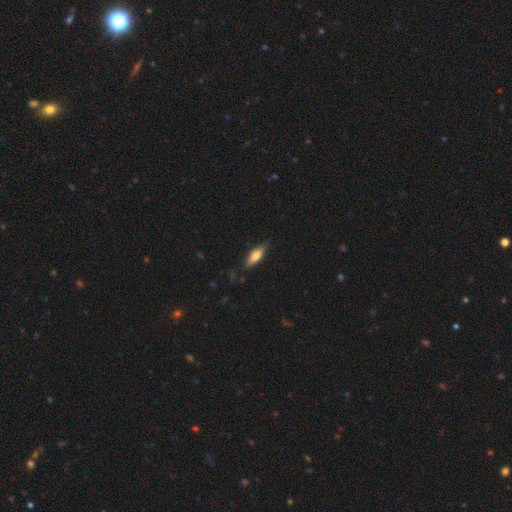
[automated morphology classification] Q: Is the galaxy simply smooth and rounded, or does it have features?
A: smooth — 67%.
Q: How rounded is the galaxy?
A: in between — 53%.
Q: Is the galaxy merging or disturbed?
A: none — 78%.